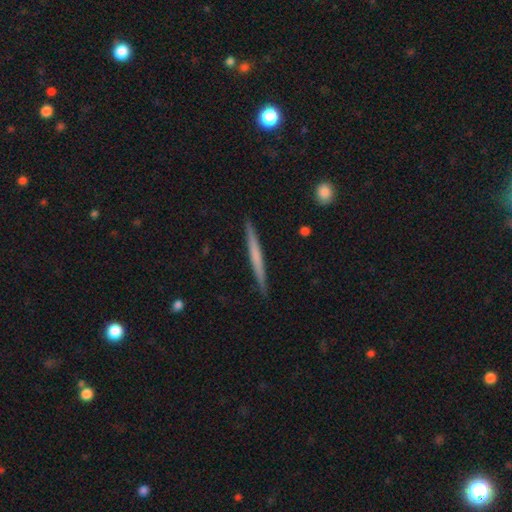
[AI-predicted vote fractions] Morphology: type=featured or disk (48%); merging=none (90%).